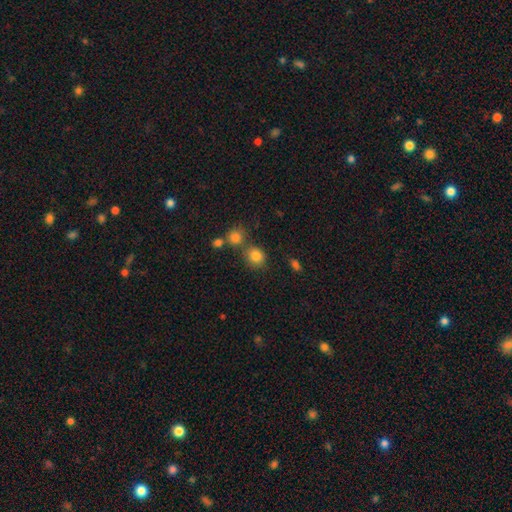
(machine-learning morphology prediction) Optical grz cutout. It shows a smooth galaxy with no disk features (82%) that is round (78%). Merging: none (62%).